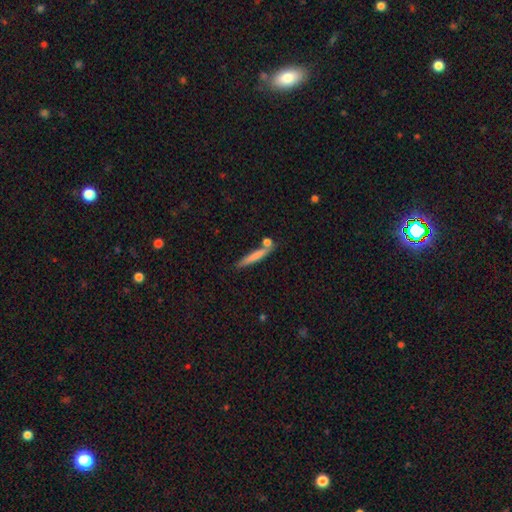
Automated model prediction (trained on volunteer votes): Overall: smooth (71%). How rounded: cigar-shaped (93%). Merging: none (72%).